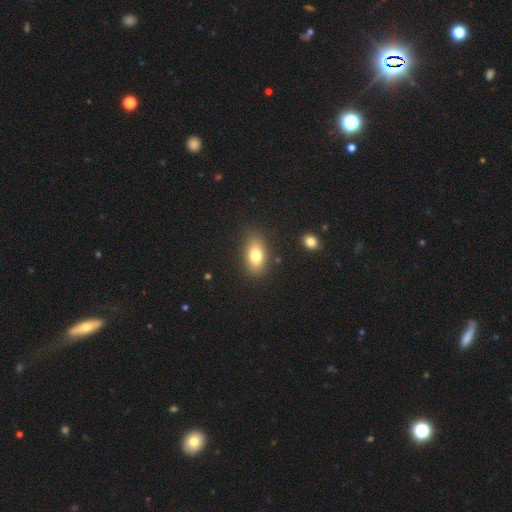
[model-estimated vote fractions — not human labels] A smooth galaxy with no disk features (76%) that is in between round and cigar-shaped (86%). Merging: none (83%).